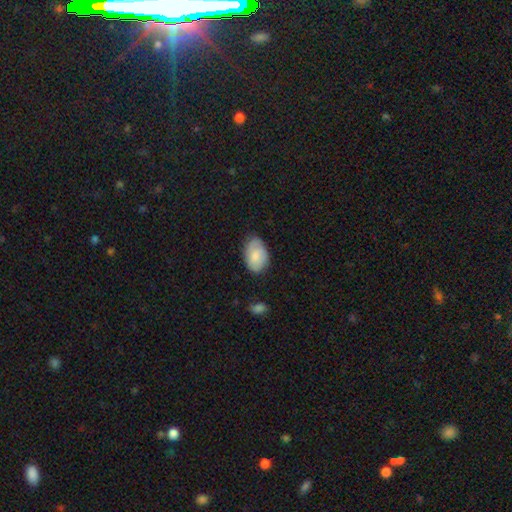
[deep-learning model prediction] A smooth galaxy with no disk features (75%) that is in between round and cigar-shaped (89%). Merging: none (70%).